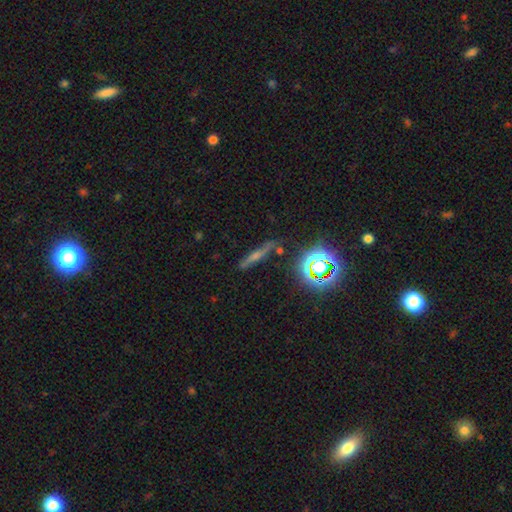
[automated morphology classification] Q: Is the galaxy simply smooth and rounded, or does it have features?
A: featured or disk — 44%.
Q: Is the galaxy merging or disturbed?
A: none — 82%.